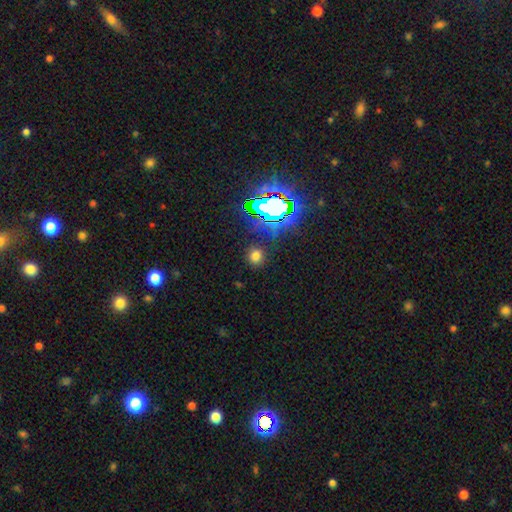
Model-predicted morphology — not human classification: Q: Smooth or featured?
A: smooth (66%); runner-up: star or artifact (28%)
Q: How rounded?
A: round (78%); runner-up: in between (20%)
Q: Merging?
A: none (86%); runner-up: minor disturbance (9%)